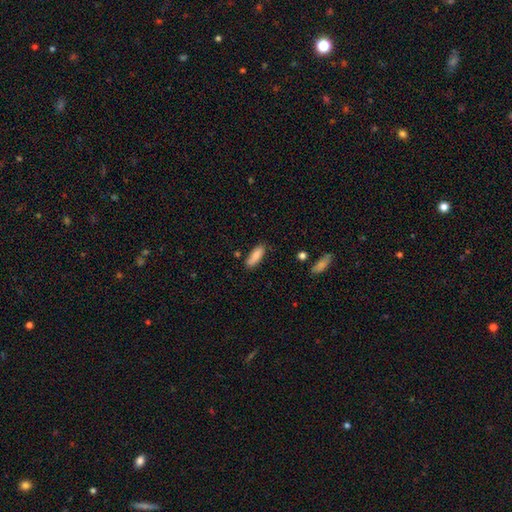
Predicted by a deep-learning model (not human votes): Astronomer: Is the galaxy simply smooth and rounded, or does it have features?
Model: smooth — 85%.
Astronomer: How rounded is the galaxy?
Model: in between — 62%.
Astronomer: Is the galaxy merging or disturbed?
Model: none — 78%.